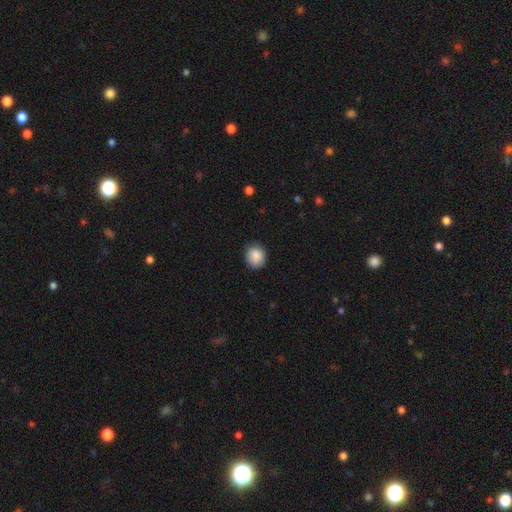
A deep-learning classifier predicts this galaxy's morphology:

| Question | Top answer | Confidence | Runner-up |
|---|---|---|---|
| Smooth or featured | smooth | 88% | star or artifact (8%) |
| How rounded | round | 72% | in between (27%) |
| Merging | none | 83% | minor disturbance (14%) |